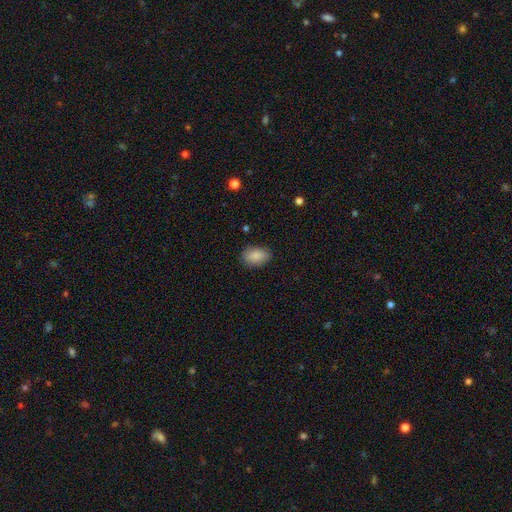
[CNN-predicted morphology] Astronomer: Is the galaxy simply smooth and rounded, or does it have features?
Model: smooth — 87%.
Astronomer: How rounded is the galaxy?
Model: in between — 88%.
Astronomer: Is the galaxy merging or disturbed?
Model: none — 82%.